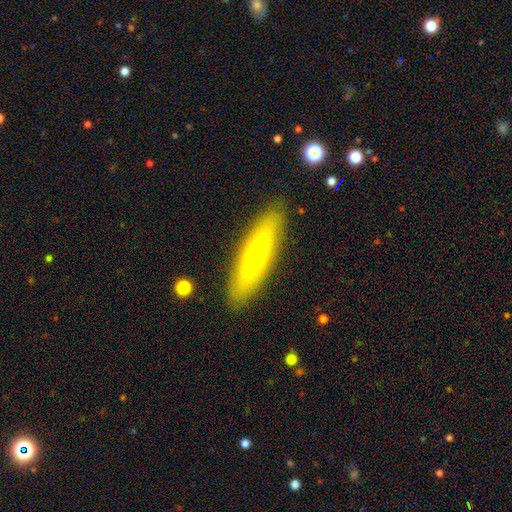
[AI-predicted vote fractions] Smooth or featured?
  - smooth: 55% *
  - featured or disk: 38%
  - star or artifact: 7%
How rounded?
  - cigar-shaped: 73% *
  - in between: 25%
  - round: 2%
Merging?
  - none: 88% *
  - minor disturbance: 8%
  - major disturbance: 2%
  - merger: 1%